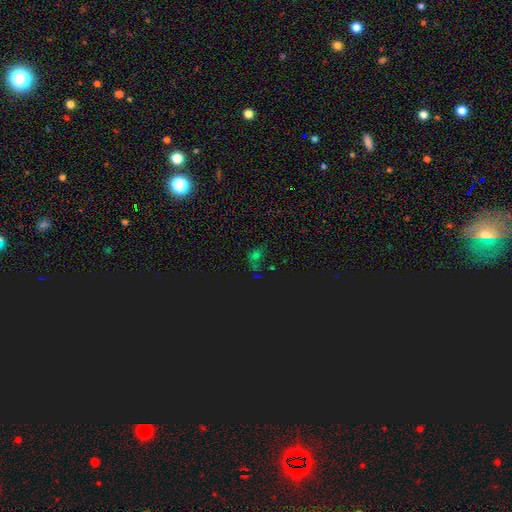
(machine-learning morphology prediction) A star or artifact, not a galaxy (52%).